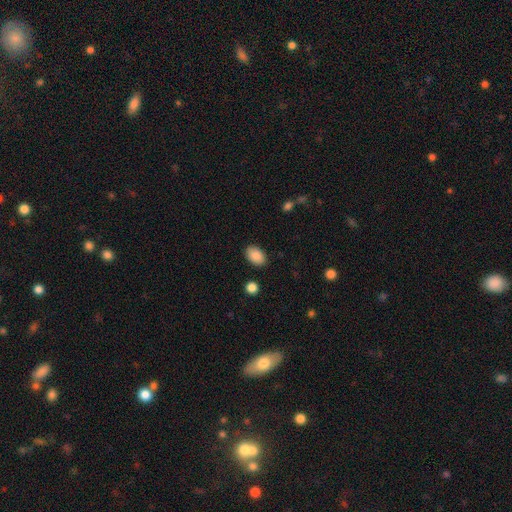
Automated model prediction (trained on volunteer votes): Smooth or featured? smooth (88%)
How rounded? in between (88%)
Merging? none (87%)